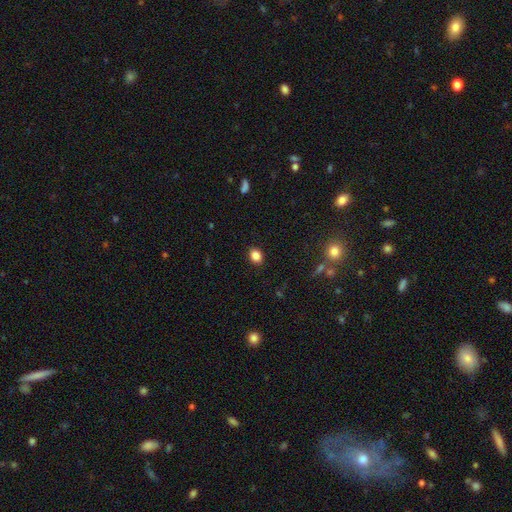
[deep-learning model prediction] Morphology: type=smooth (86%); roundness=in between (58%); merging=none (88%).